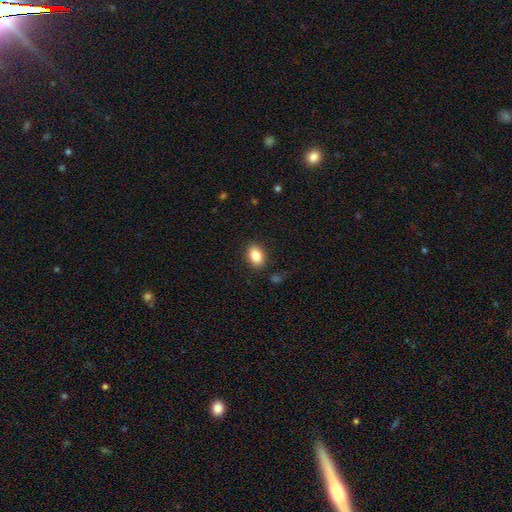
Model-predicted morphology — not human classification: This is clearly a smooth galaxy (86%). How rounded: likely in between (79%). Merging: clearly none (87%).